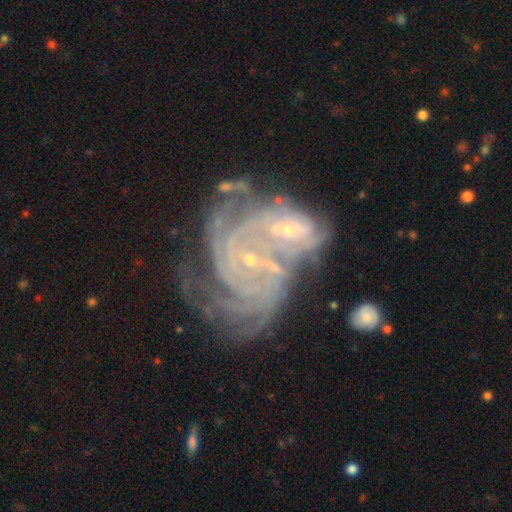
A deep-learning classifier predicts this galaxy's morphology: featured or disk 87%, star or artifact 8%, smooth 6%. Down the decision tree: edge-on disk — no (97%); bar — no (55%); spiral arms — yes (96%); spiral arm count — can't tell (29%); spiral winding — tight (72%); bulge size — small (83%); merging — merger (61%).